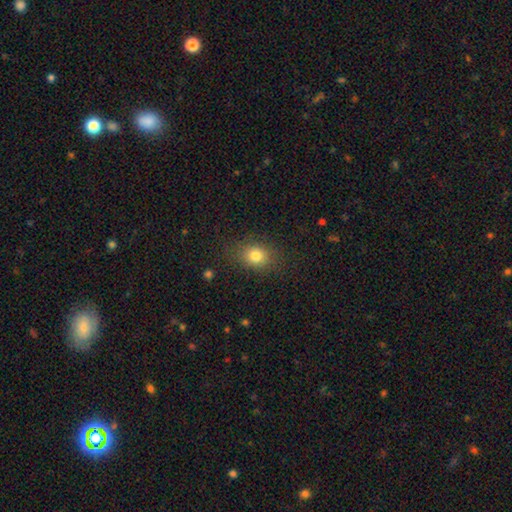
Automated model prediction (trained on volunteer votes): Smooth or featured? Predicted: smooth (p=0.81). How rounded? Predicted: round (p=0.52). Merging? Predicted: none (p=0.81).